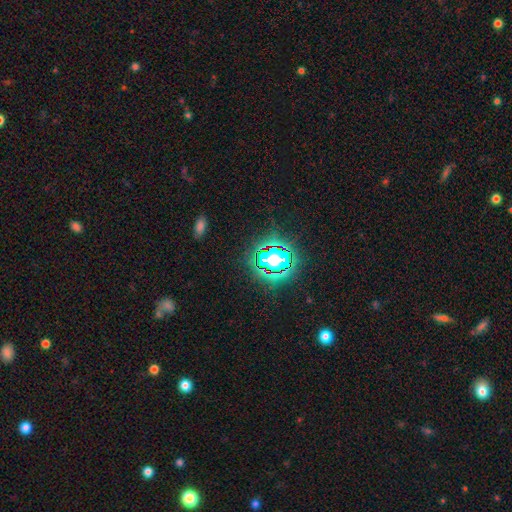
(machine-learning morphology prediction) Smooth or featured: star or artifact — 80% (smooth — 12%)